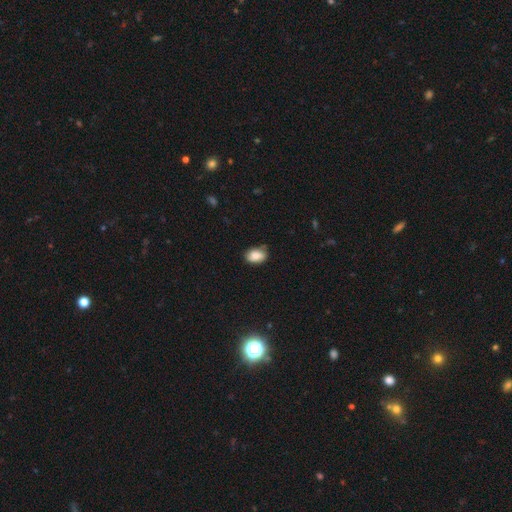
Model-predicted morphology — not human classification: Q: Smooth or featured?
A: smooth (85%); runner-up: star or artifact (8%)
Q: How rounded?
A: in between (82%); runner-up: round (16%)
Q: Merging?
A: none (64%); runner-up: minor disturbance (29%)